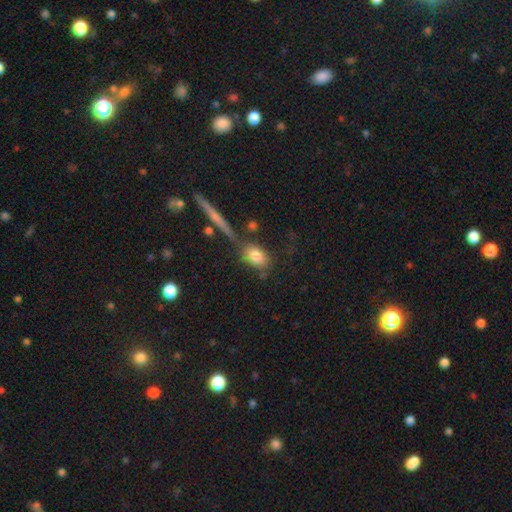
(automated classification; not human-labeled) Overall: smooth (80%). How rounded: in between (69%). Merging: none (63%).